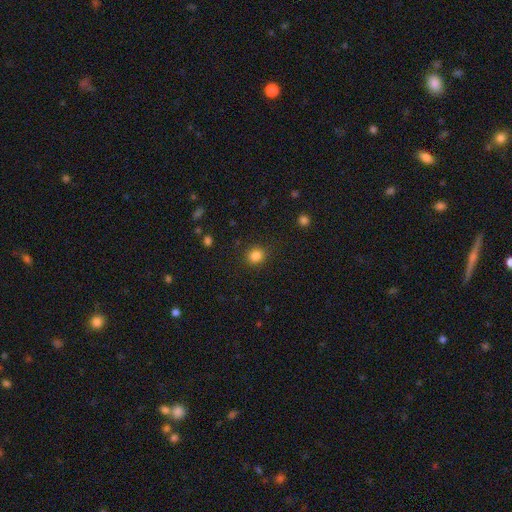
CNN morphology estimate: Smooth or featured? Predicted: smooth (p=0.84). How rounded? Predicted: round (p=0.86). Merging? Predicted: none (p=0.89).